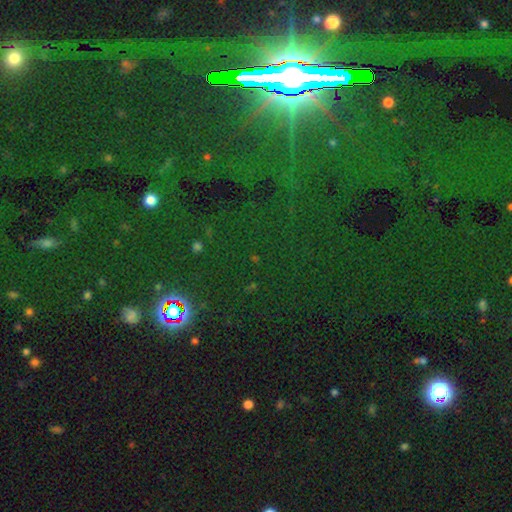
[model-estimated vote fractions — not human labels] Smooth or featured? Predicted: star or artifact (p=0.81).